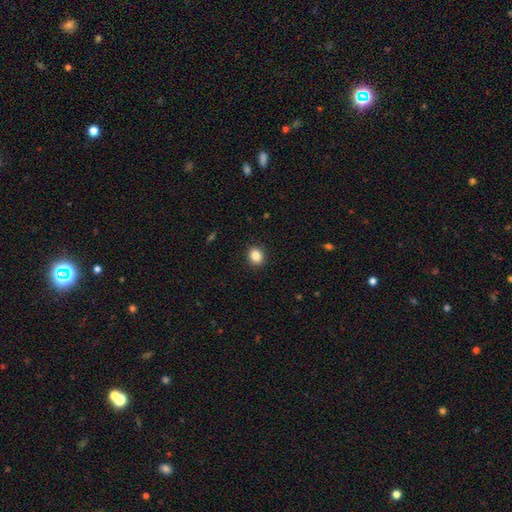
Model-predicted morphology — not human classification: A smooth galaxy with no disk features (86%) that is round (61%).

Vote fractions:
- Smooth or featured? smooth: 86% / star or artifact: 10% / featured or disk: 4%
- How rounded? round: 61% / in between: 38% / cigar-shaped: 1%
- Merging? none: 91% / minor disturbance: 6% / major disturbance: 2% / merger: 1%